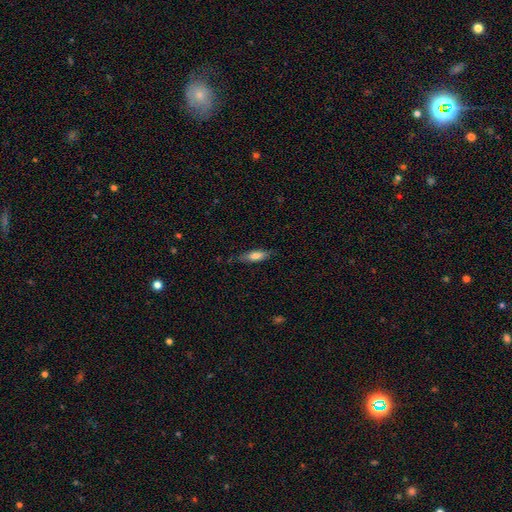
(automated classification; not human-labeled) This is likely a smooth galaxy (72%). How rounded: possibly cigar-shaped (50%). Merging: likely none (77%).